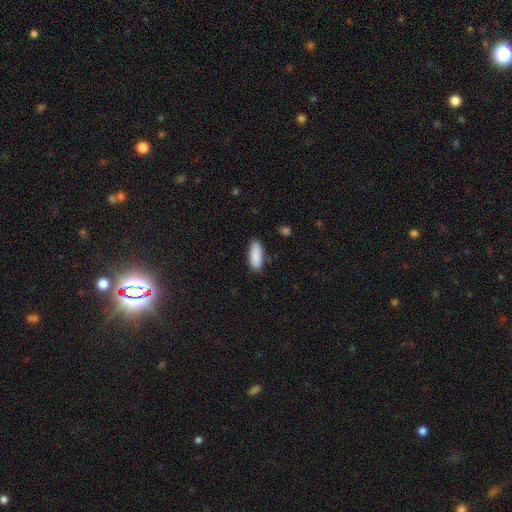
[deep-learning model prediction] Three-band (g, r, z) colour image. It shows a smooth galaxy with no disk features (90%) that is in between round and cigar-shaped (78%). Merging: none (81%).